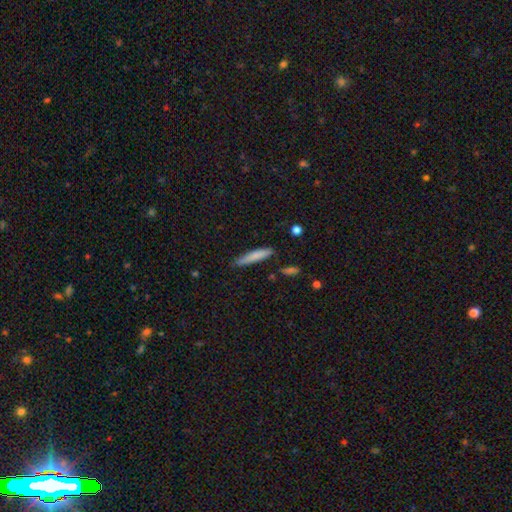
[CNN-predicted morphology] A smooth galaxy with no disk features (77%) that is cigar-shaped (88%).

Vote fractions:
- Smooth or featured? smooth: 77% / featured or disk: 17% / star or artifact: 7%
- How rounded? cigar-shaped: 88% / in between: 11% / round: 1%
- Merging? none: 79% / minor disturbance: 15% / merger: 3% / major disturbance: 3%